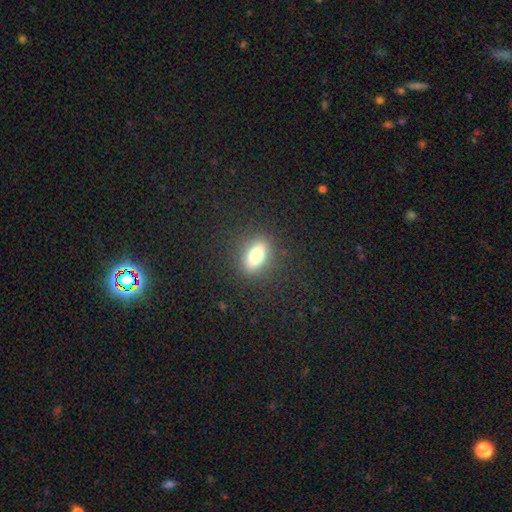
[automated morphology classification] This appears to be a smooth galaxy with no disk features (68%) that is in between round and cigar-shaped (71%). Merging: none (87%).